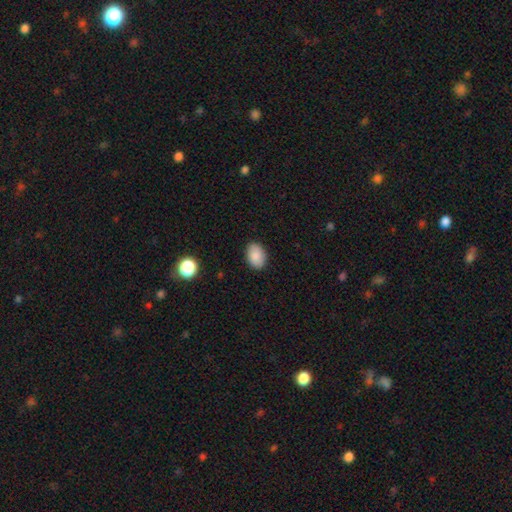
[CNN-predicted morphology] type=smooth (88%); roundness=in between (84%); merging=none (88%).